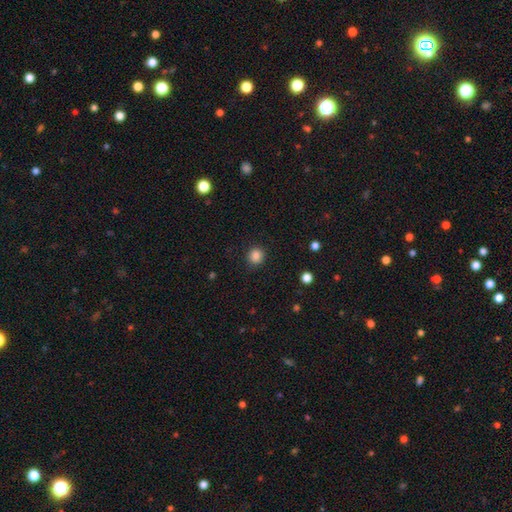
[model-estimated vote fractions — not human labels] Smooth or featured: smooth — 86% (star or artifact — 11%)
How rounded: round — 91% (in between — 8%)
Merging: none — 89% (minor disturbance — 7%)